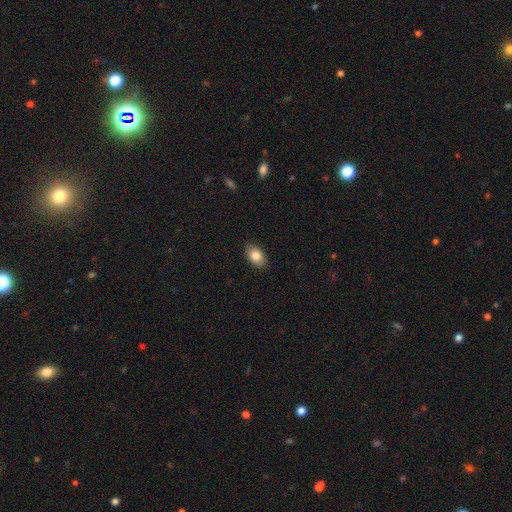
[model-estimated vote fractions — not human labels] smooth_or_featured: smooth (p=0.83) [alt: featured or disk p=0.09]
how_rounded: in between (p=0.90) [alt: round p=0.08]
merging: none (p=0.88) [alt: minor disturbance p=0.09]